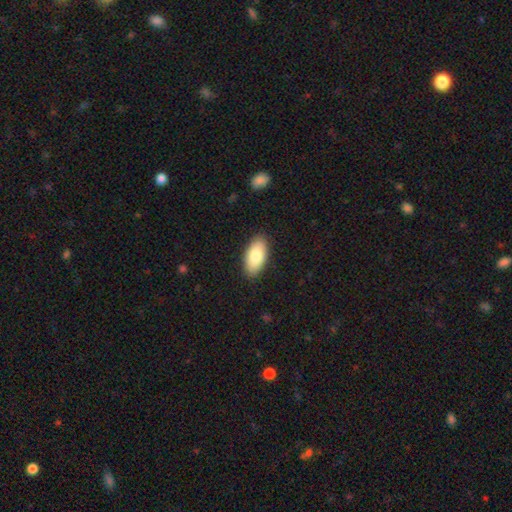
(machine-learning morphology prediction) smooth_or_featured: smooth (p=0.83) [alt: featured or disk p=0.11]
how_rounded: in between (p=0.94) [alt: cigar-shaped p=0.04]
merging: none (p=0.88) [alt: minor disturbance p=0.09]